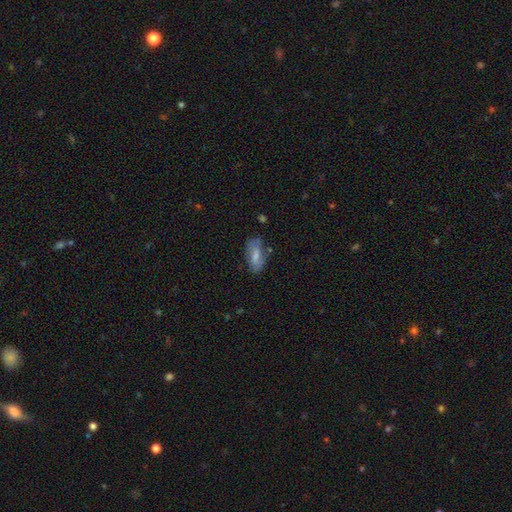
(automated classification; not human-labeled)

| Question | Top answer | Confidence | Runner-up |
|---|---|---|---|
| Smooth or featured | smooth | 62% | featured or disk (31%) |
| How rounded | in between | 84% | cigar-shaped (12%) |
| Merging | none | 62% | minor disturbance (25%) |